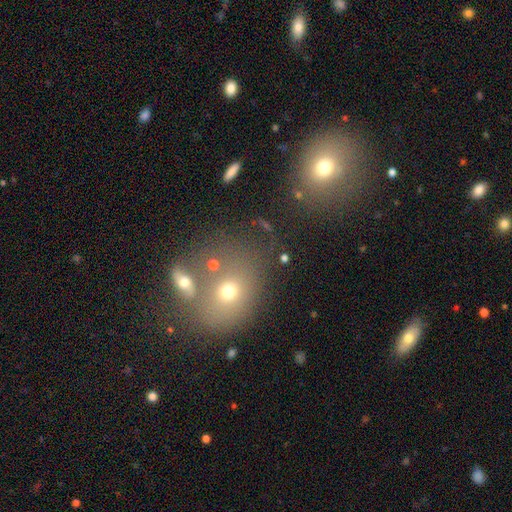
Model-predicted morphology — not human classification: The model was most divided on "merging": none: 47%, merger: 34%, minor disturbance: 12%, major disturbance: 7%. More confident: how rounded — round (61%); smooth or featured — smooth (59%).